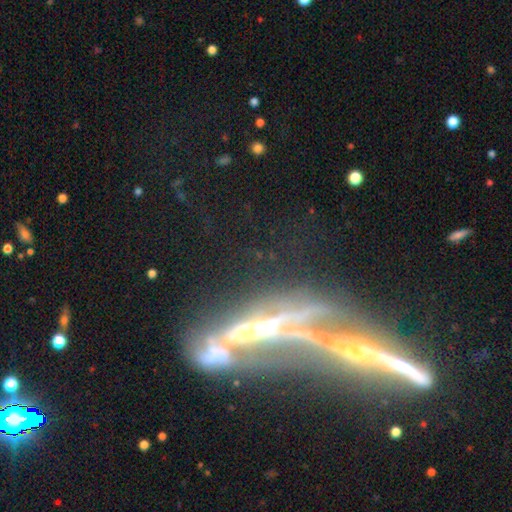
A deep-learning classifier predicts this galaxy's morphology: This is likely a featured or disk galaxy (67%). It is likely viewed edge-on (67%). Merging: marginally merger (42%).